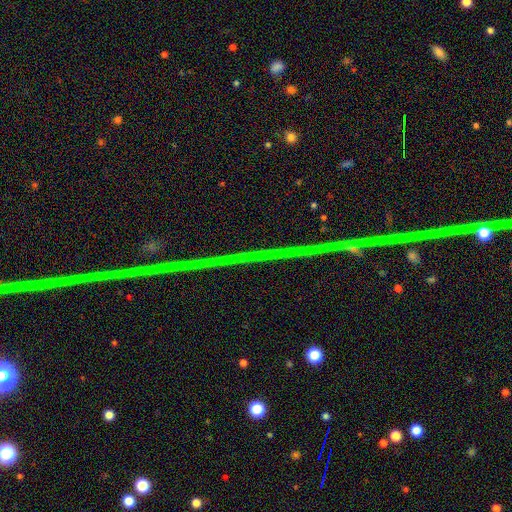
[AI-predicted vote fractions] Smooth or featured? star or artifact (77%)